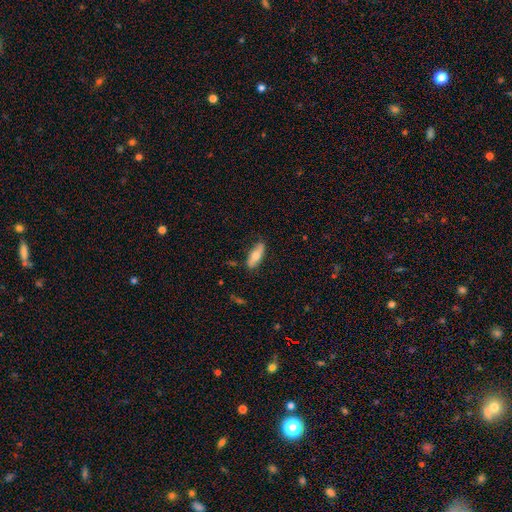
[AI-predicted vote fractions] This is likely a smooth galaxy (66%). How rounded: likely in between (64%). Merging: clearly none (82%).